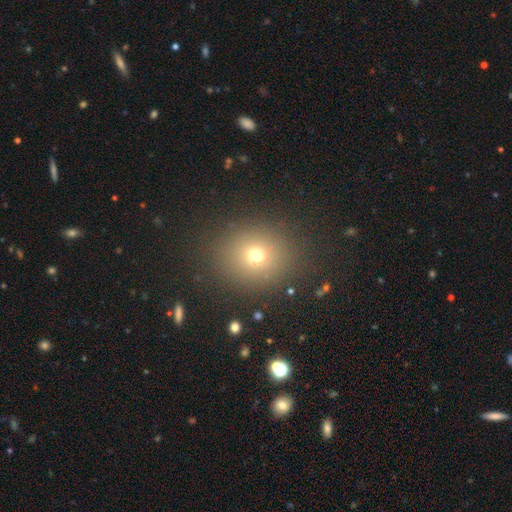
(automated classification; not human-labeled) Overall: smooth (69%). How rounded: round (75%). Merging: none (86%).